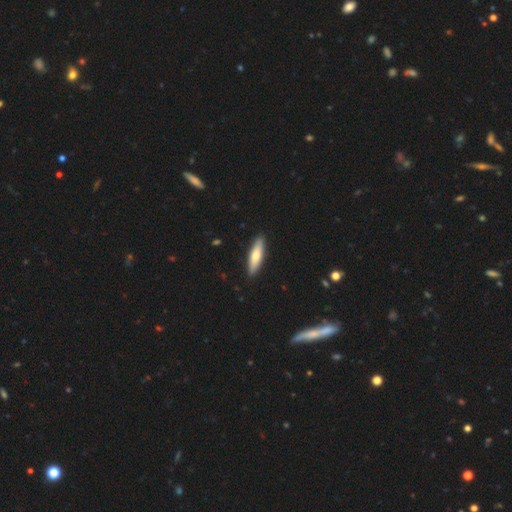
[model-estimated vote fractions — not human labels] Q: Smooth or featured?
A: smooth (64%); runner-up: featured or disk (31%)
Q: How rounded?
A: cigar-shaped (68%); runner-up: in between (30%)
Q: Merging?
A: none (91%); runner-up: minor disturbance (7%)